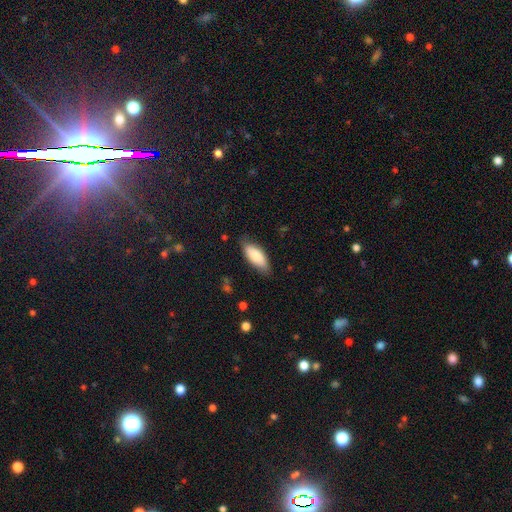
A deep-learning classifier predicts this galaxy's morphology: This appears to be a smooth galaxy with no disk features (82%) that is in between round and cigar-shaped (84%). Merging: none (75%).